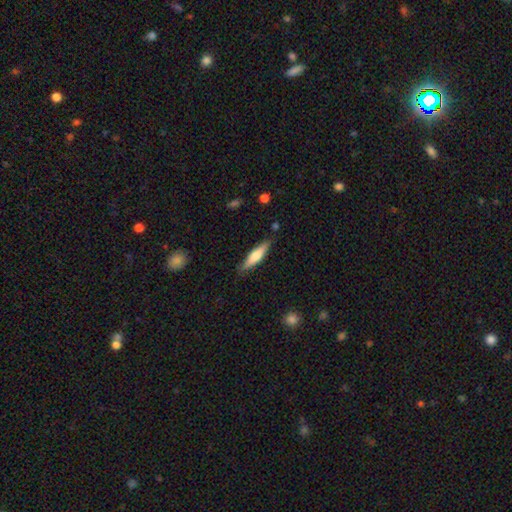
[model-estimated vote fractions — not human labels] Q: Smooth or featured?
A: smooth (59%); runner-up: featured or disk (35%)
Q: How rounded?
A: cigar-shaped (75%); runner-up: in between (23%)
Q: Merging?
A: none (84%); runner-up: minor disturbance (12%)